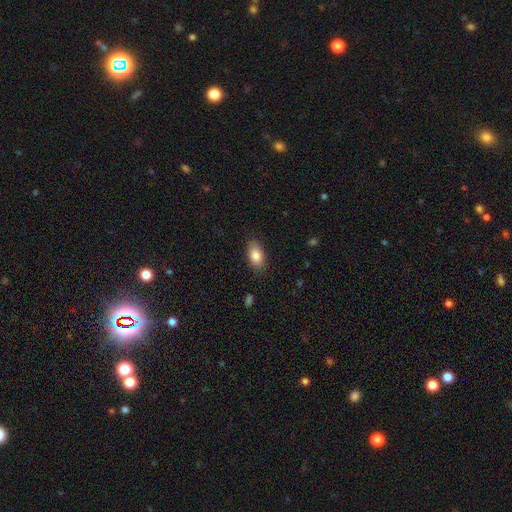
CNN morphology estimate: Smooth or featured? Predicted: smooth (p=0.85). How rounded? Predicted: in between (p=0.91). Merging? Predicted: none (p=0.85).